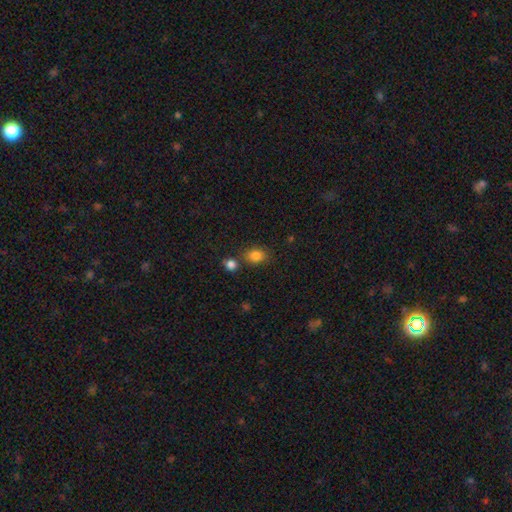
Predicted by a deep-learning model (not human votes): Smooth or featured: smooth — 83% (star or artifact — 11%)
How rounded: in between — 60% (round — 39%)
Merging: none — 71% (merger — 14%)